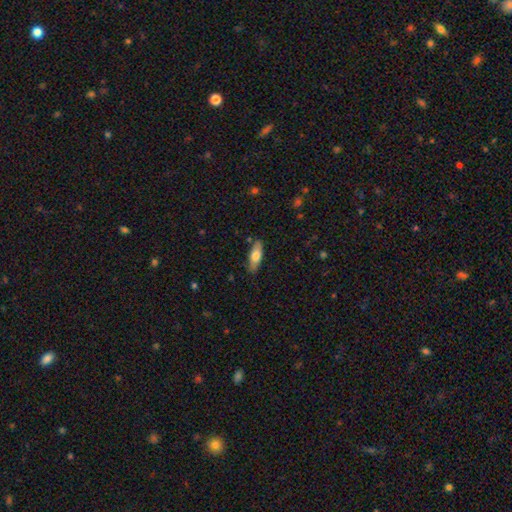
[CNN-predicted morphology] This appears to be a smooth galaxy with no disk features (69%) that is in between round and cigar-shaped (59%). Merging: none (84%).